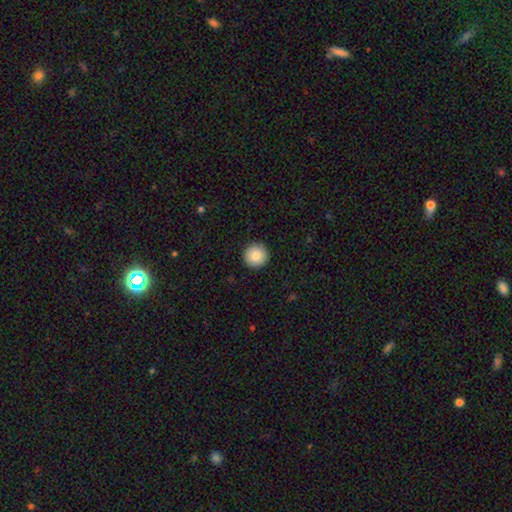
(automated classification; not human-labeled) smooth 85%, star or artifact 8%, featured or disk 7%. Down the decision tree: how rounded — round (96%); merging — none (92%).